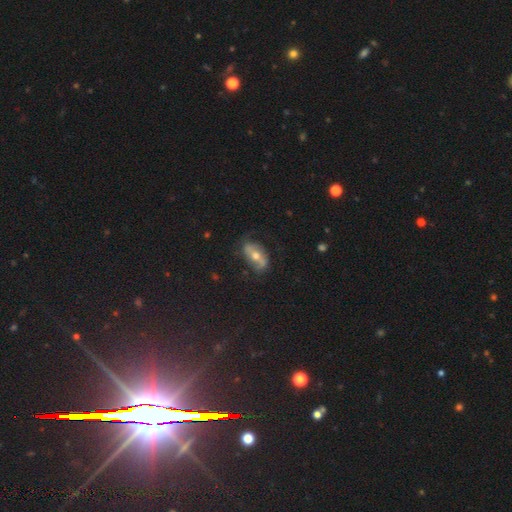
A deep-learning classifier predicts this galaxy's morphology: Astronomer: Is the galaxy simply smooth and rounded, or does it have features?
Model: featured or disk — 56% (runner-up: smooth, 32%).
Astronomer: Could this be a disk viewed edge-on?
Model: no — 87%.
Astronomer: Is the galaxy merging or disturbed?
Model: none — 69%.